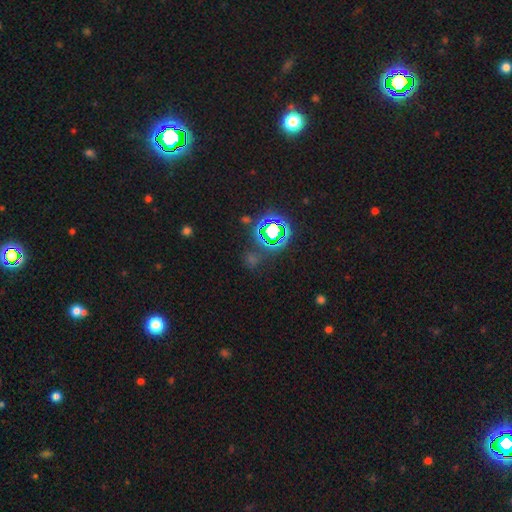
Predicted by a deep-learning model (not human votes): smooth_or_featured: star or artifact (p=0.72) [alt: smooth p=0.20]